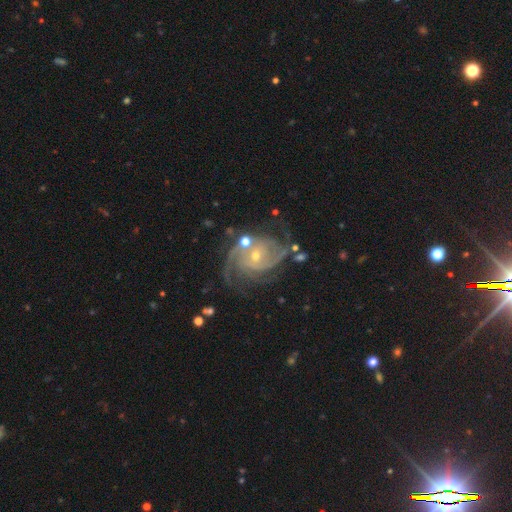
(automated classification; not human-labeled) The model was most divided on "spiral winding": tight: 50%, medium: 41%, loose: 9%. Remaining: spiral arms — yes (98%); edge-on disk — no (98%); smooth or featured — featured or disk (90%); bulge size — small (66%); merging — none (66%); bar — no (61%); spiral arm count — 2 (38%).